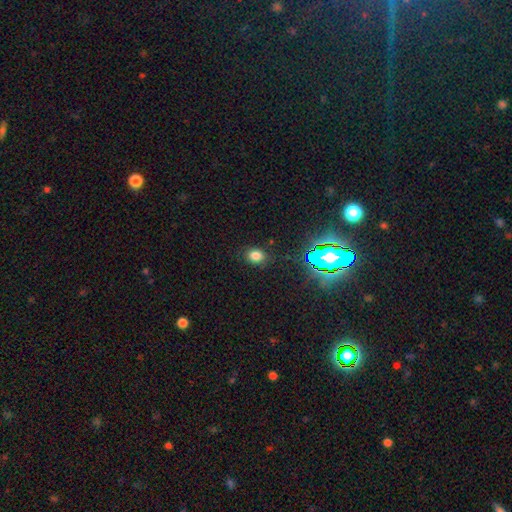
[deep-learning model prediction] This appears to be a smooth galaxy with no disk features (75%) that is in between round and cigar-shaped (51%). Merging: none (84%).